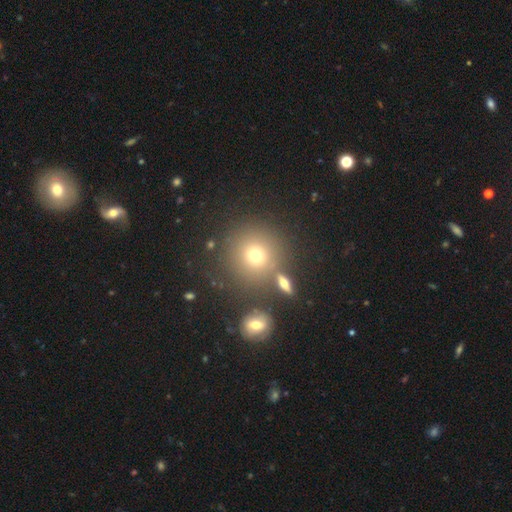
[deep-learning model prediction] Smooth or featured?
  - smooth: 70% *
  - star or artifact: 18%
  - featured or disk: 12%
How rounded?
  - round: 91% *
  - in between: 8%
  - cigar-shaped: 1%
Merging?
  - none: 76% *
  - merger: 10%
  - minor disturbance: 9%
  - major disturbance: 4%